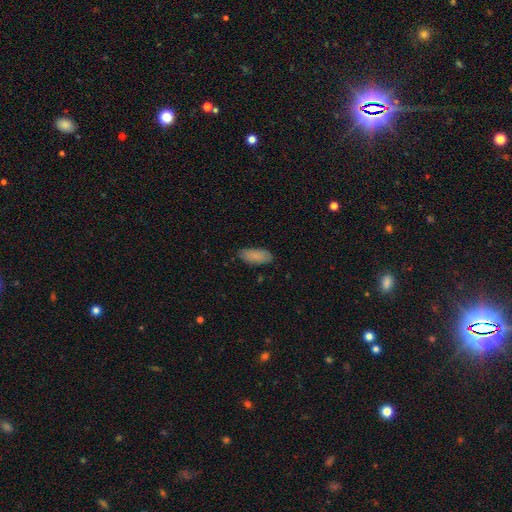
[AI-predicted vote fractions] Smooth or featured? Predicted: smooth (p=0.83). How rounded? Predicted: in between (p=0.85). Merging? Predicted: none (p=0.78).